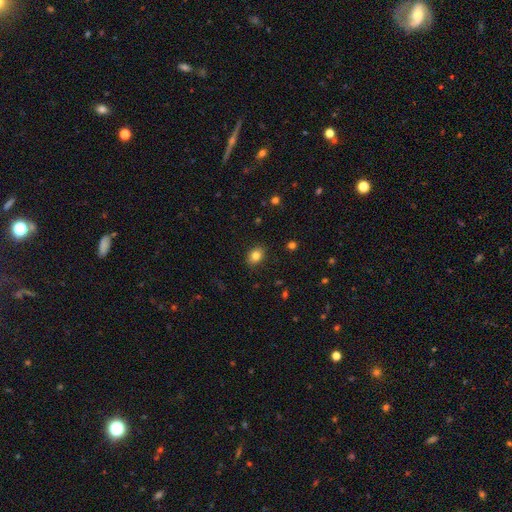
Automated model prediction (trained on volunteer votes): A smooth galaxy with no disk features (81%) that is in between round and cigar-shaped (61%). Merging: none (88%).